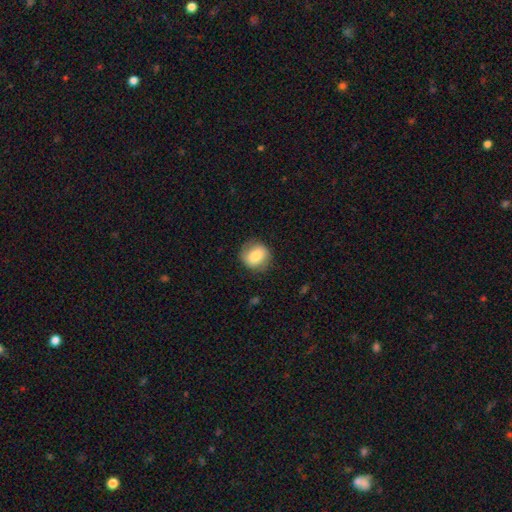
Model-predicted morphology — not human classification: A smooth galaxy with no disk features (76%) that is round (81%). Merging: none (83%).